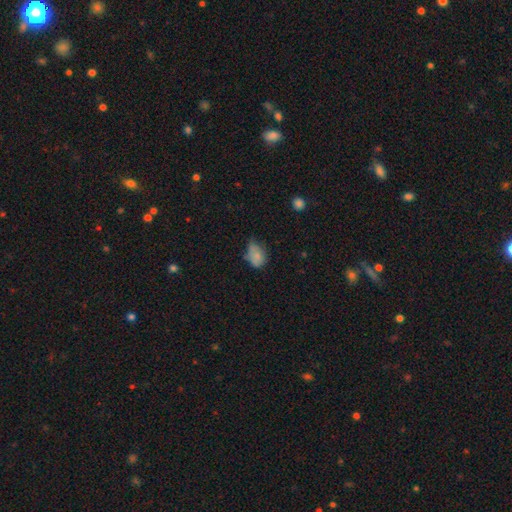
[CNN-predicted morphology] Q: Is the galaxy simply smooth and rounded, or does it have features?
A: smooth — 76%.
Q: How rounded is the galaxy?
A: in between — 76%.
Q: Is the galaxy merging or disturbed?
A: minor disturbance — 45%.